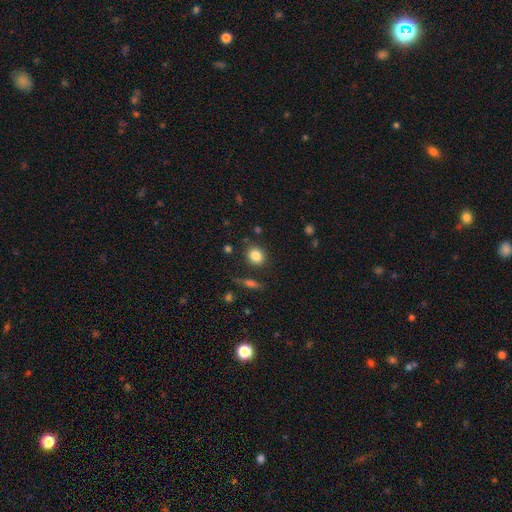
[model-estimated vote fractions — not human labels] A smooth galaxy with no disk features (84%) that is round (69%). Merging: none (83%).